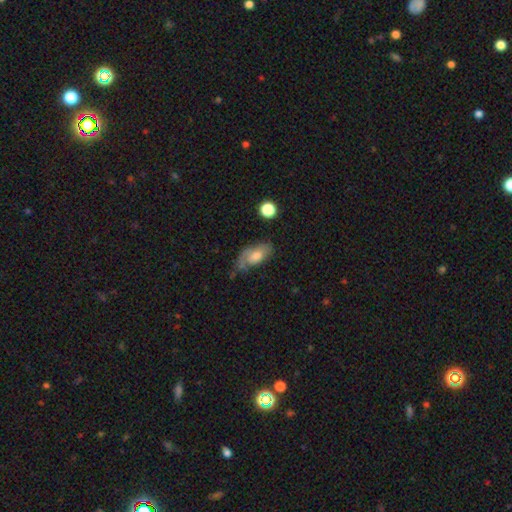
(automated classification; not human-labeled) Morphology: type=smooth (46%); merging=none (45%).